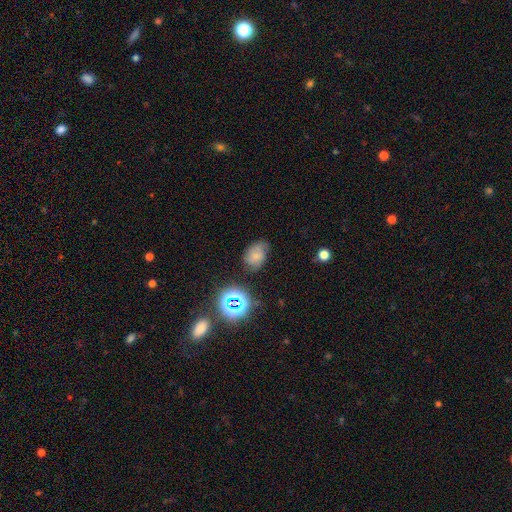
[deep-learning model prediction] Smooth or featured? smooth (62%)
How rounded? in between (72%)
Merging? none (59%)